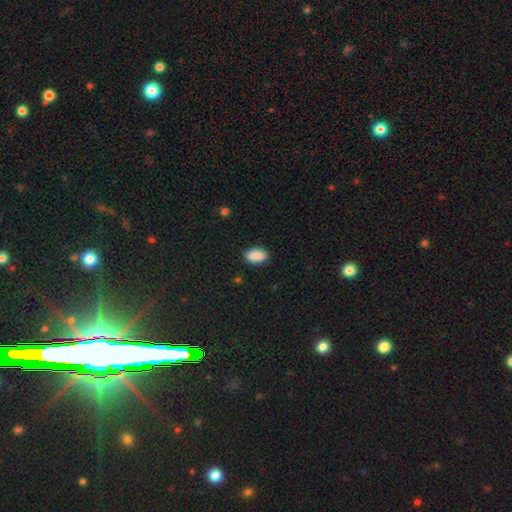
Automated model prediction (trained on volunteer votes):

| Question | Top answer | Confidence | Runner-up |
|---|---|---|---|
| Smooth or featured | smooth | 90% | star or artifact (7%) |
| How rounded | in between | 92% | round (5%) |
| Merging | none | 89% | minor disturbance (8%) |